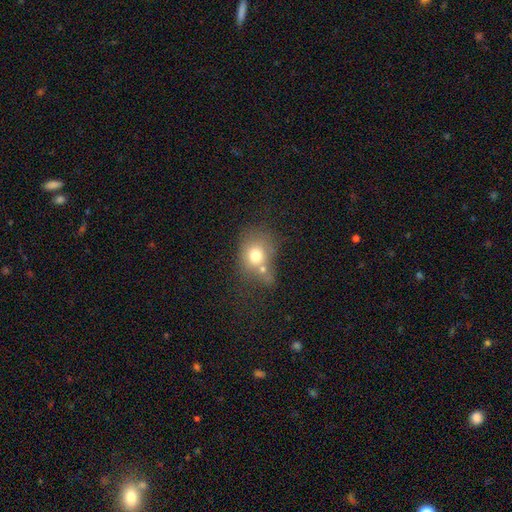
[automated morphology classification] Overall: smooth (71%). How rounded: round (56%; in between 42%). Merging: merger (41%; none 32%).